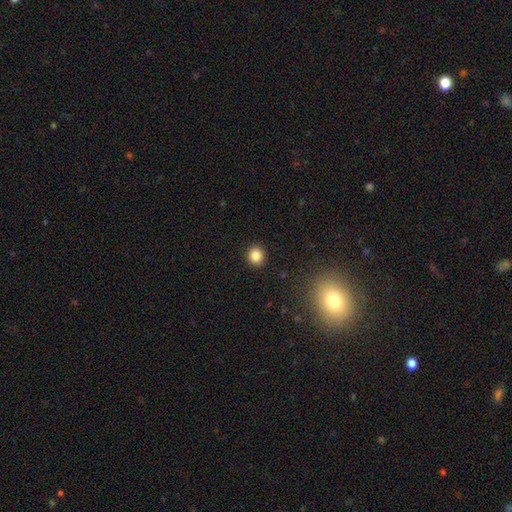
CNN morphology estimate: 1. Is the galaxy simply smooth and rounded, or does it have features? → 85% smooth, 11% star or artifact, 4% featured or disk.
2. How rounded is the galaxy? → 85% round, 14% in between, 1% cigar-shaped.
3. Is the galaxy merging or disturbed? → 92% none, 5% minor disturbance, 2% major disturbance, 1% merger.